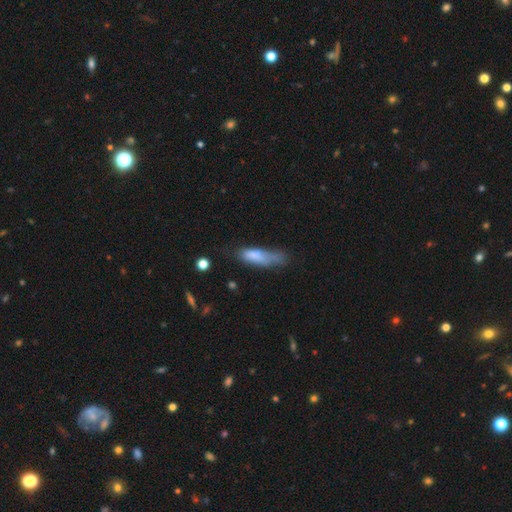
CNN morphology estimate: Smooth or featured?
  - smooth: 75% *
  - featured or disk: 17%
  - star or artifact: 8%
How rounded?
  - cigar-shaped: 54% *
  - in between: 43%
  - round: 2%
Merging?
  - none: 35% *
  - minor disturbance: 34%
  - major disturbance: 25%
  - merger: 6%